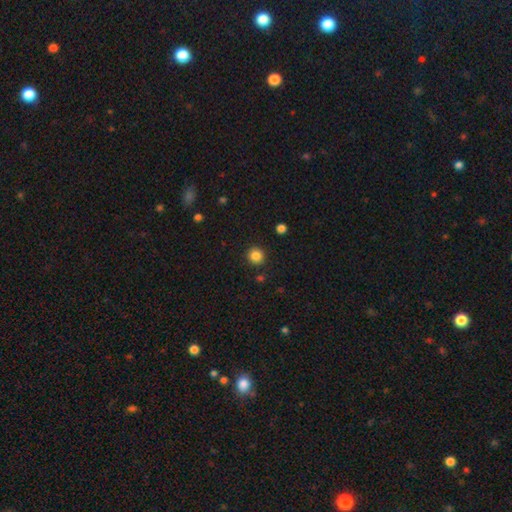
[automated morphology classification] This appears to be a smooth galaxy with no disk features (85%) that is round (93%). Merging: none (91%).